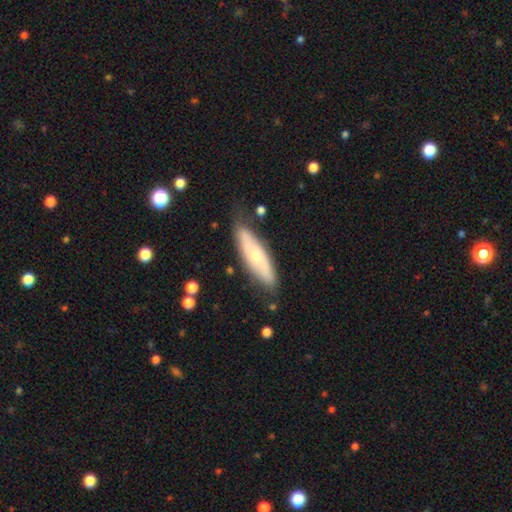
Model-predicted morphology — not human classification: This is possibly a smooth galaxy (49%). Merging: likely none (74%).